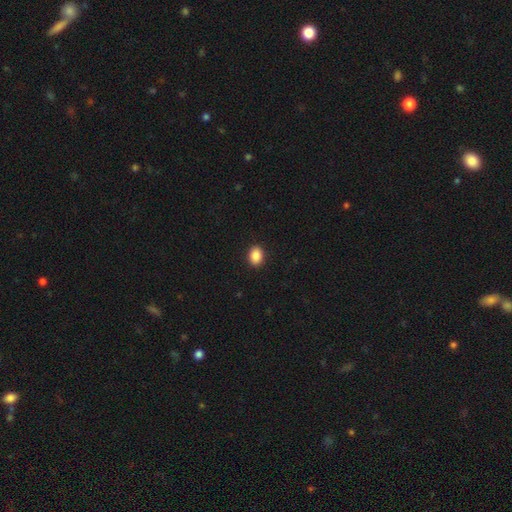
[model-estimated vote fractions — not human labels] A smooth galaxy with no disk features (88%) that is in between round and cigar-shaped (67%).

Vote fractions:
- Smooth or featured? smooth: 88% / star or artifact: 8% / featured or disk: 3%
- How rounded? in between: 67% / round: 32% / cigar-shaped: 1%
- Merging? none: 91% / minor disturbance: 6% / major disturbance: 2% / merger: 1%